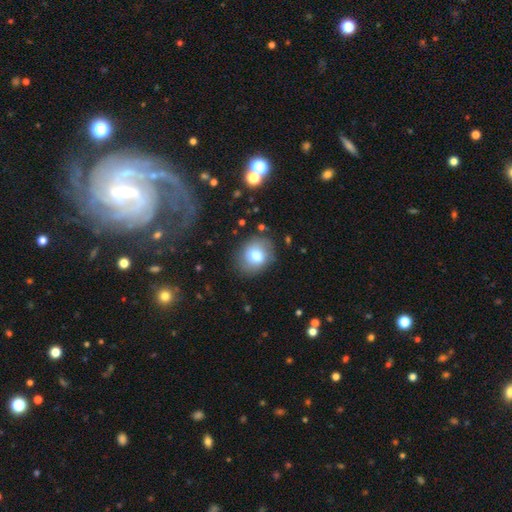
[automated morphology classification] smooth_or_featured: smooth (p=0.73) [alt: featured or disk p=0.18]
how_rounded: round (p=0.58) [alt: in between p=0.41]
merging: none (p=0.81) [alt: minor disturbance p=0.13]